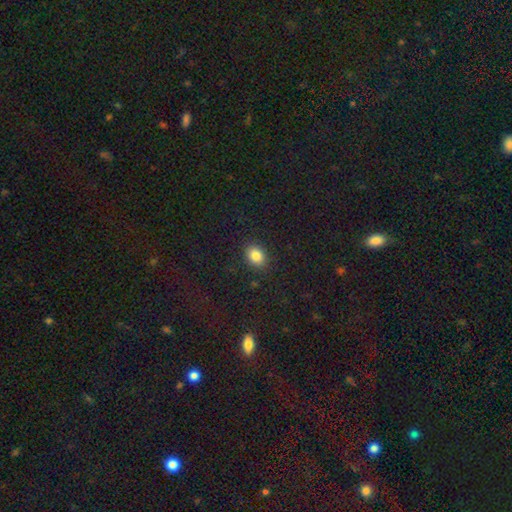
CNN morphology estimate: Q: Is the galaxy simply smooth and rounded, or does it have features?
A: smooth — 84%.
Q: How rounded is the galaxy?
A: in between — 62%.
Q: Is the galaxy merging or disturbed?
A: none — 87%.